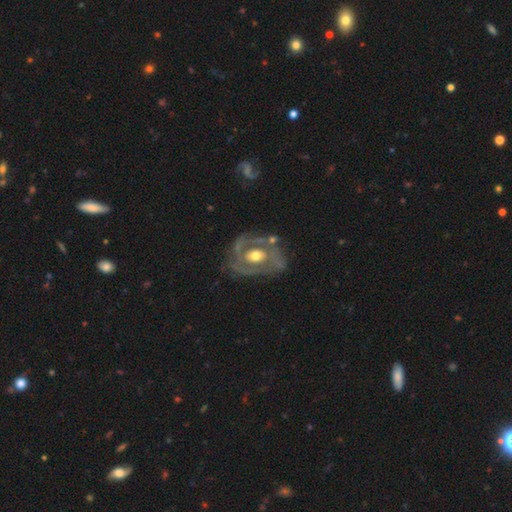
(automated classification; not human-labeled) The model was most divided on "spiral arms": yes: 60%, no: 40%. More confident: edge-on disk — no (96%); smooth or featured — featured or disk (77%); bulge size — moderate (71%); bar — no (69%); merging — none (60%).